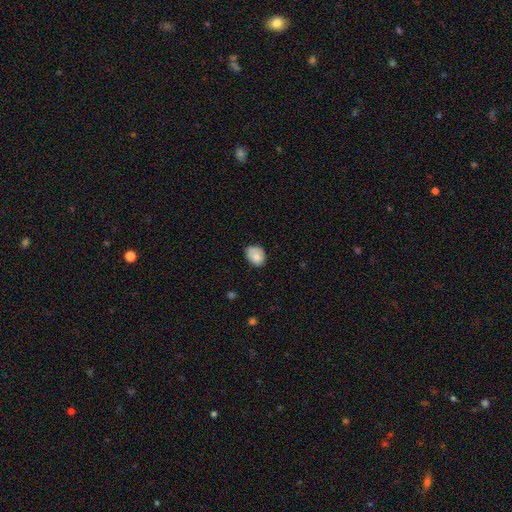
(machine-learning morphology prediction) smooth-or-featured: smooth: 80% | featured or disk: 12% | star or artifact: 8%
  how-rounded: in between: 58% | round: 41% | cigar-shaped: 1%
  merging: none: 60% | minor disturbance: 32% | major disturbance: 7% | merger: 2%